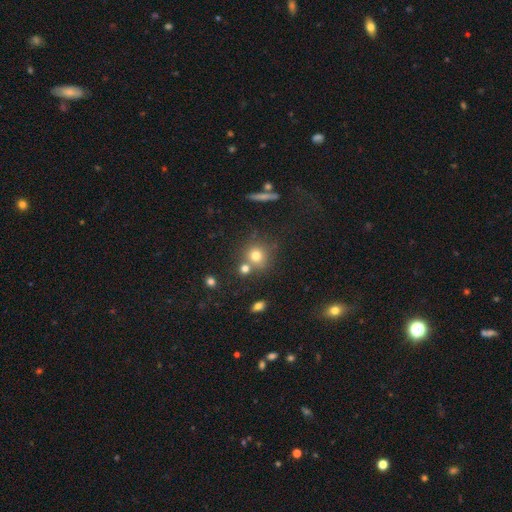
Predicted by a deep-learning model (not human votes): Smooth or featured? smooth (74%)
How rounded? round (87%)
Merging? none (63%)